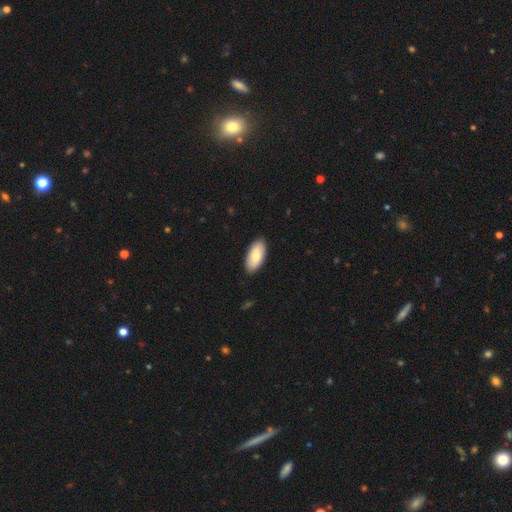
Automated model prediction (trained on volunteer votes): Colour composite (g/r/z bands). It shows a smooth galaxy with no disk features (84%) that is in between round and cigar-shaped (92%). Merging: none (89%).